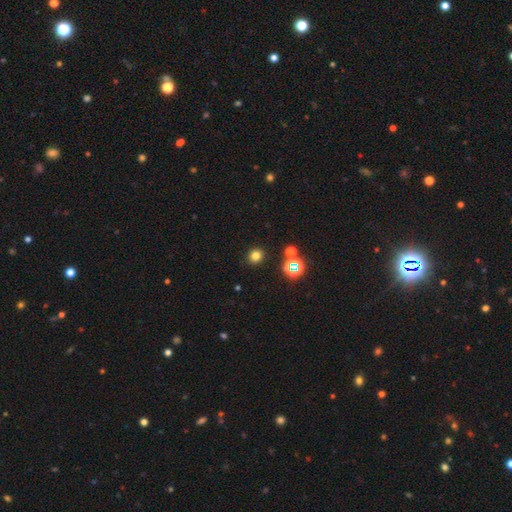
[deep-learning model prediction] This is likely a smooth galaxy (75%). How rounded: clearly round (85%). Merging: clearly none (89%).